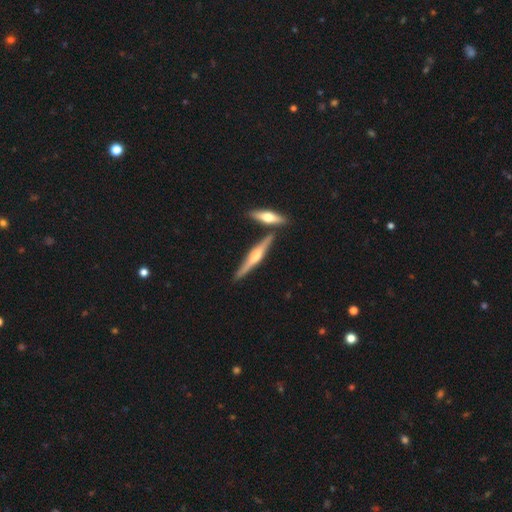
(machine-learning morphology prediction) type=featured or disk (75%); edge-on=yes (97%); edge-on bulge=rounded (88%); merging=none (79%).